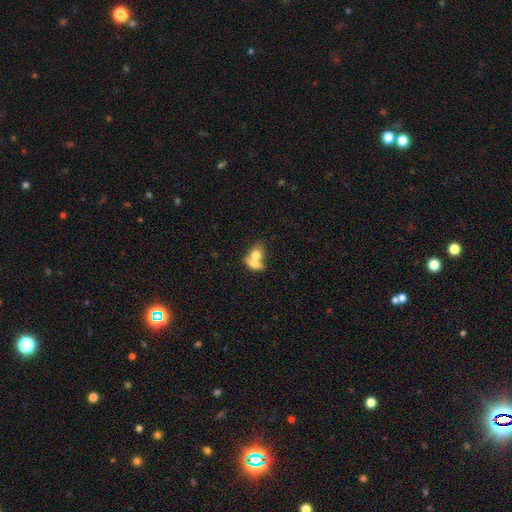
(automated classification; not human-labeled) Morphology: type=smooth (71%); roundness=in between (67%); merging=merger (73%).